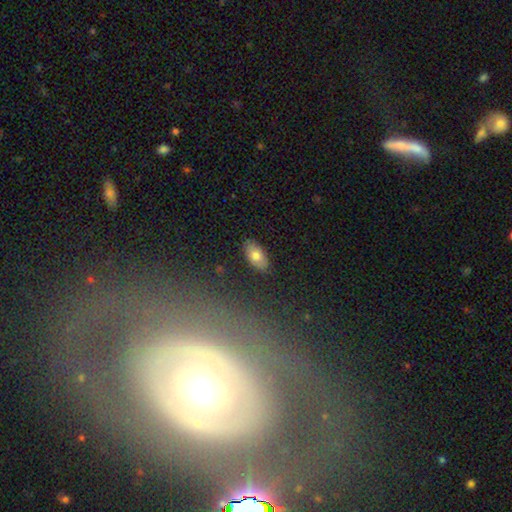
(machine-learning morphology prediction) smooth_or_featured: smooth (p=0.75) [alt: featured or disk p=0.17]
how_rounded: in between (p=0.93) [alt: round p=0.04]
merging: none (p=0.86) [alt: minor disturbance p=0.10]